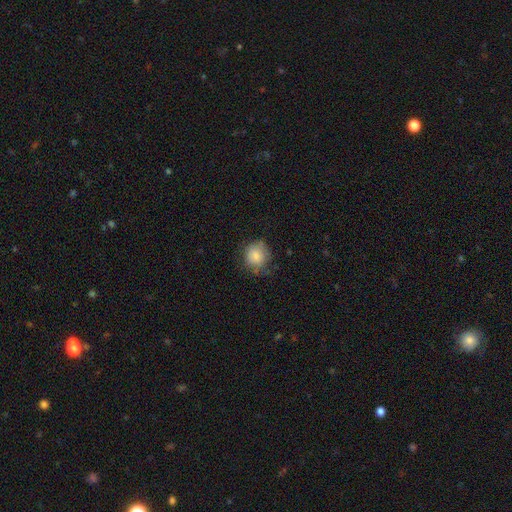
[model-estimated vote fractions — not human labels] Smooth or featured?
  - smooth: 83% *
  - featured or disk: 8%
  - star or artifact: 8%
How rounded?
  - round: 85% *
  - in between: 14%
  - cigar-shaped: 1%
Merging?
  - none: 67% *
  - minor disturbance: 23%
  - major disturbance: 8%
  - merger: 2%